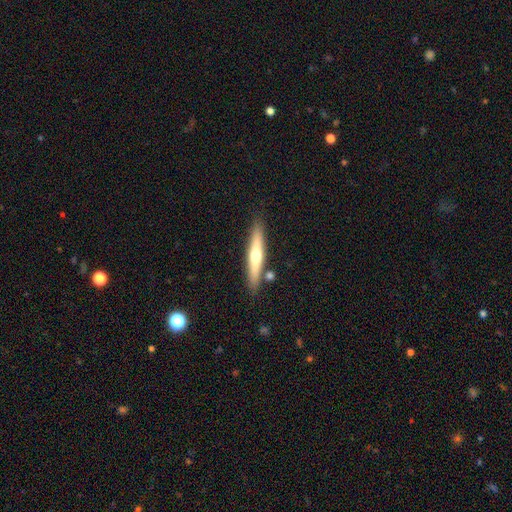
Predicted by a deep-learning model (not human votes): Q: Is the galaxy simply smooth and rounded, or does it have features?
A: featured or disk — 50%.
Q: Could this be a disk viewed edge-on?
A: yes — 93%.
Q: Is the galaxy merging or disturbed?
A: none — 84%.